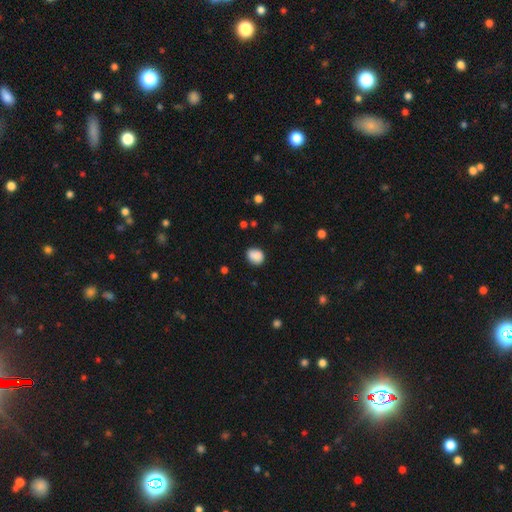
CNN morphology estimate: Overall: smooth (86%). How rounded: round (59%; in between 40%). Merging: none (71%).